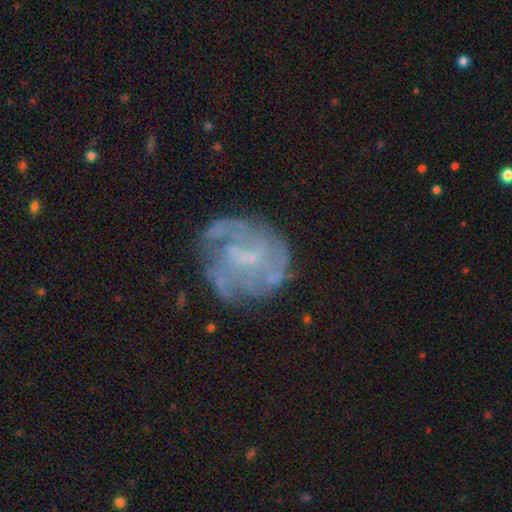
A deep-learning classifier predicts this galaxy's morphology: This appears to be a featured or disk galaxy (70%) with no bar (47%), tight (47%) spiral arms (74%) and a small central bulge (48%). Merging: none (70%).